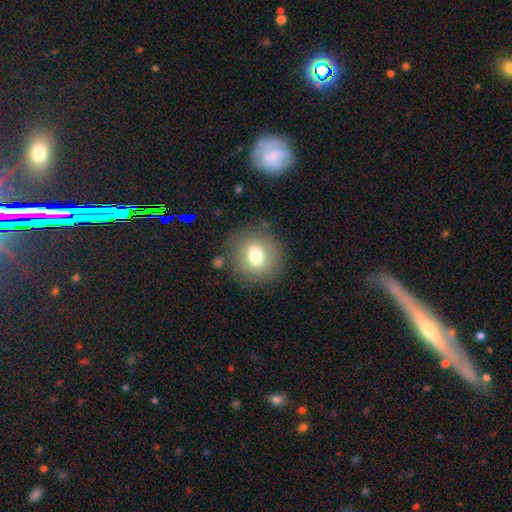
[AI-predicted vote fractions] Smooth or featured: smooth — 70% (featured or disk — 19%)
How rounded: round — 81% (in between — 18%)
Merging: none — 82% (minor disturbance — 11%)